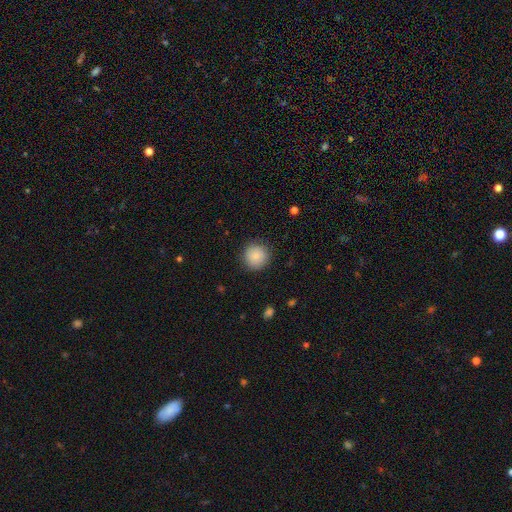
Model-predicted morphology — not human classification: A smooth galaxy with no disk features (88%) that is round (94%). Merging: none (89%).